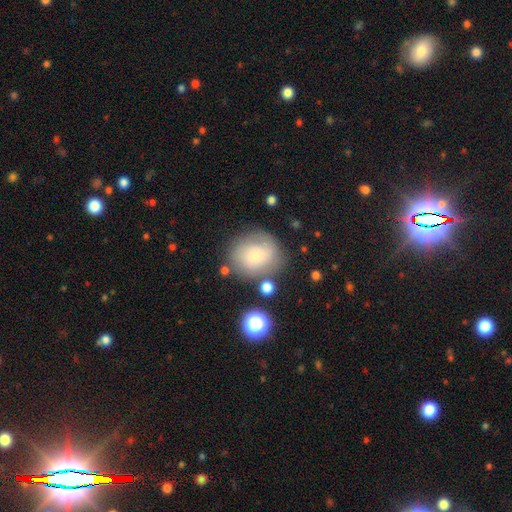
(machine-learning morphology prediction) smooth-or-featured: smooth: 69% | featured or disk: 21% | star or artifact: 10%
  how-rounded: round: 73% | in between: 26% | cigar-shaped: 1%
  merging: none: 66% | minor disturbance: 19% | major disturbance: 8% | merger: 7%